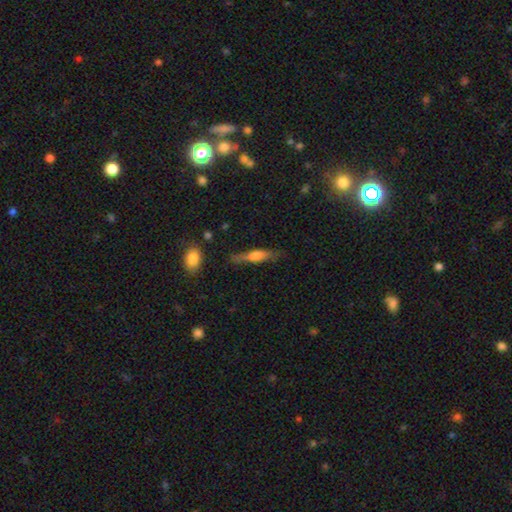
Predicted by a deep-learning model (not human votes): smooth_or_featured: smooth (p=0.48) [alt: featured or disk p=0.45]
merging: none (p=0.74) [alt: minor disturbance p=0.18]